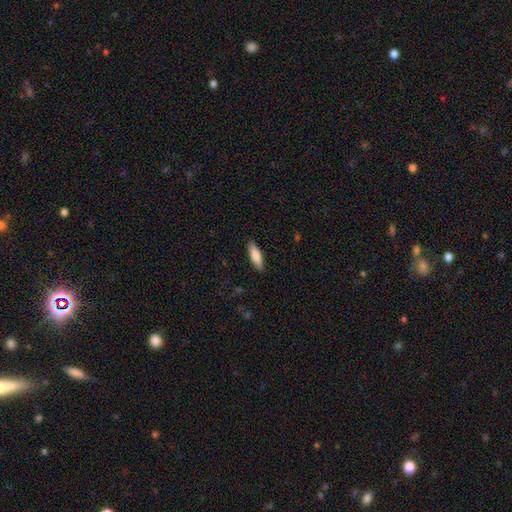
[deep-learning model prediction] A smooth galaxy with no disk features (81%) that is cigar-shaped (63%). Merging: none (89%).